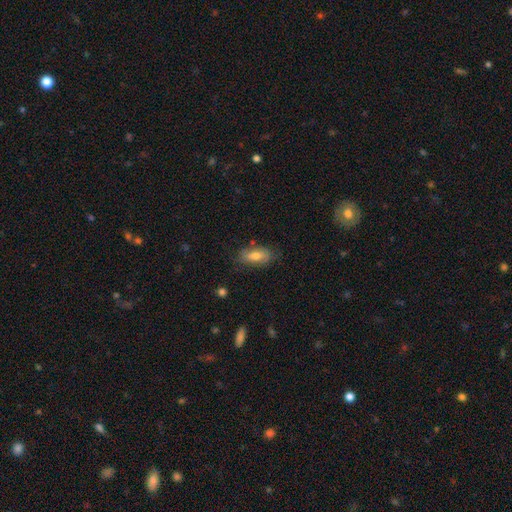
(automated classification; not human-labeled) smooth_or_featured: smooth (p=0.68) [alt: featured or disk p=0.24]
how_rounded: in between (p=0.83) [alt: cigar-shaped p=0.13]
merging: none (p=0.75) [alt: minor disturbance p=0.19]